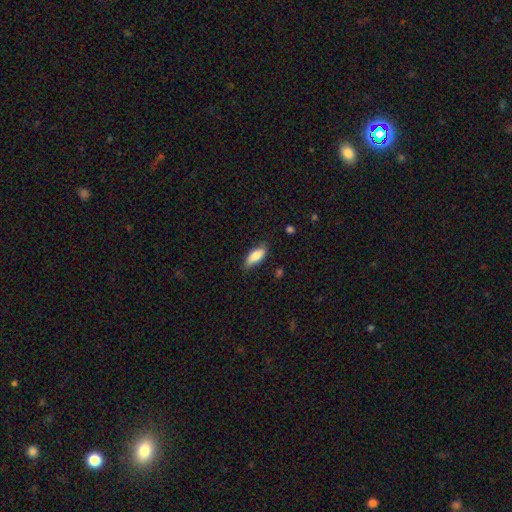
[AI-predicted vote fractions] The model was most divided on "merging": none: 78%, minor disturbance: 18%, major disturbance: 3%, merger: 1%. More confident: smooth or featured — smooth (84%); how rounded — in between (79%).